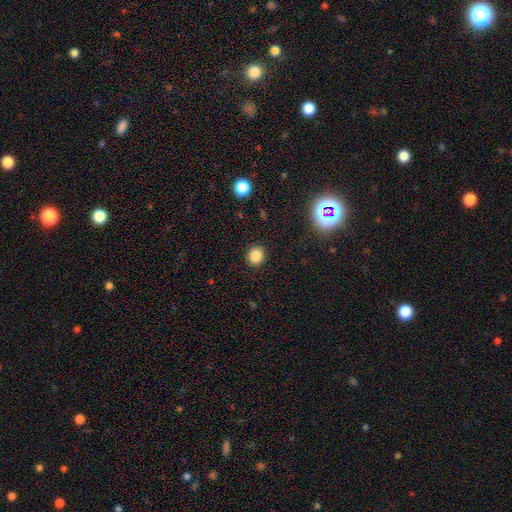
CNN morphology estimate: Smooth or featured?
  - smooth: 83% *
  - star or artifact: 12%
  - featured or disk: 4%
How rounded?
  - round: 81% *
  - in between: 18%
  - cigar-shaped: 1%
Merging?
  - none: 91% *
  - minor disturbance: 6%
  - major disturbance: 2%
  - merger: 1%